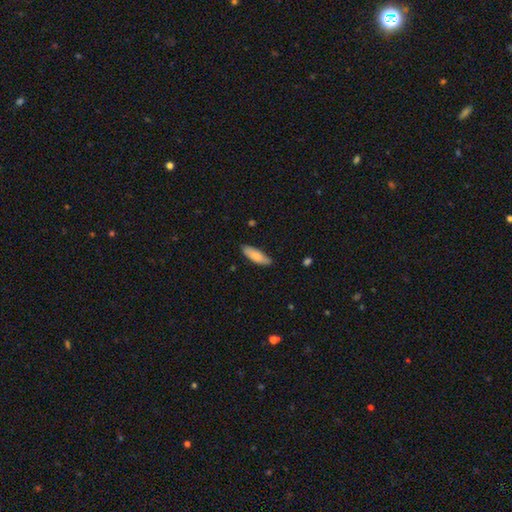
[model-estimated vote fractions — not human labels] A smooth galaxy with no disk features (82%) that is in between round and cigar-shaped (54%).

Vote fractions:
- Smooth or featured? smooth: 82% / featured or disk: 13% / star or artifact: 5%
- How rounded? in between: 54% / cigar-shaped: 45% / round: 2%
- Merging? none: 77% / minor disturbance: 19% / major disturbance: 3% / merger: 1%